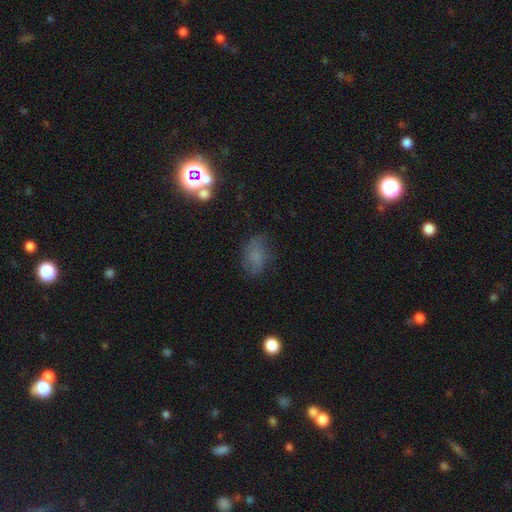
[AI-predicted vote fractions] smooth 59%, star or artifact 21%, featured or disk 21%. Down the decision tree: how rounded — in between (76%); merging — none (63%).